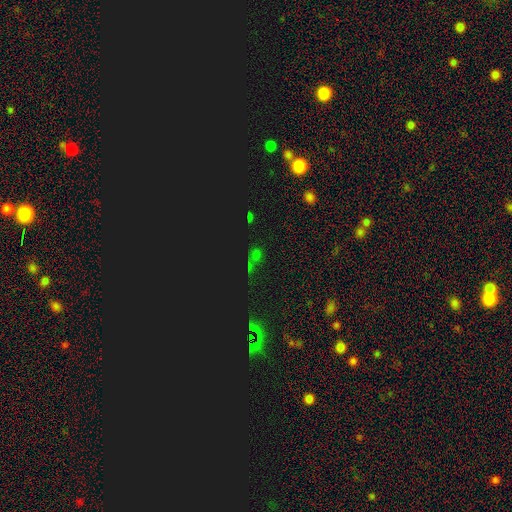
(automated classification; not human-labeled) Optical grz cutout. It shows a star or artifact, not a galaxy (69%).